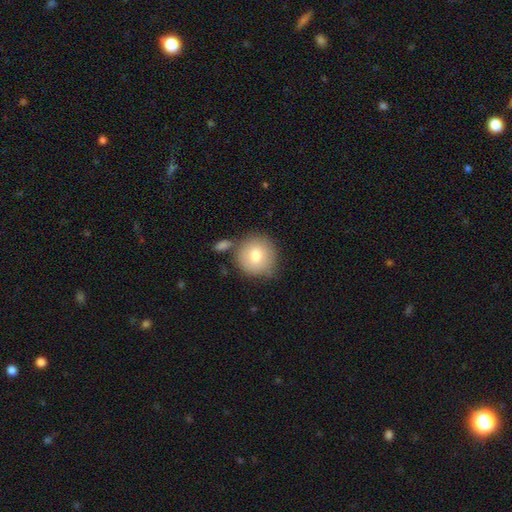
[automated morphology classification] Smooth or featured? Predicted: smooth (p=0.79). How rounded? Predicted: round (p=0.93). Merging? Predicted: none (p=0.70).